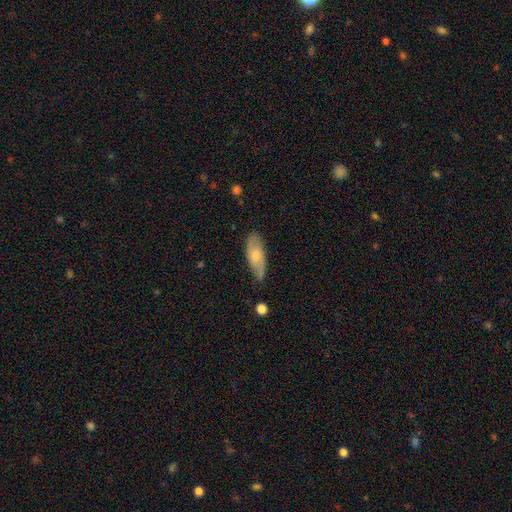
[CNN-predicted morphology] Smooth or featured? smooth (49%)
Merging? none (70%)